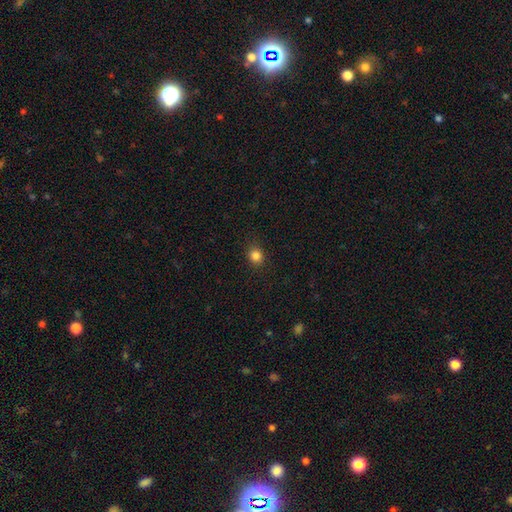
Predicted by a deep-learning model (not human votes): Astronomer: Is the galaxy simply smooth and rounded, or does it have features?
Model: smooth — 84%.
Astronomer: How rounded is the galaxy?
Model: round — 76%.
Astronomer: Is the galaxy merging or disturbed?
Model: none — 89%.